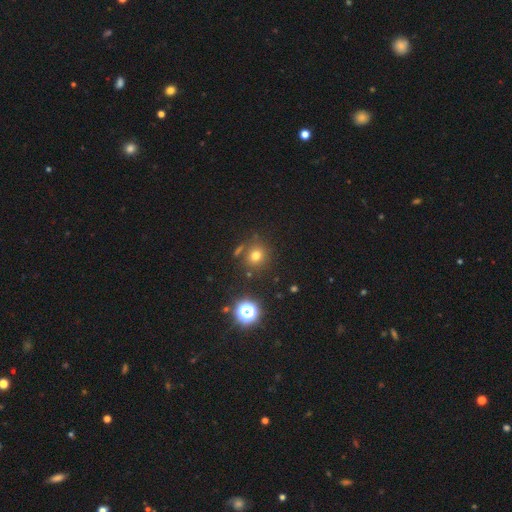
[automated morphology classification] Overall: smooth (69%). How rounded: round (86%). Merging: none (79%).